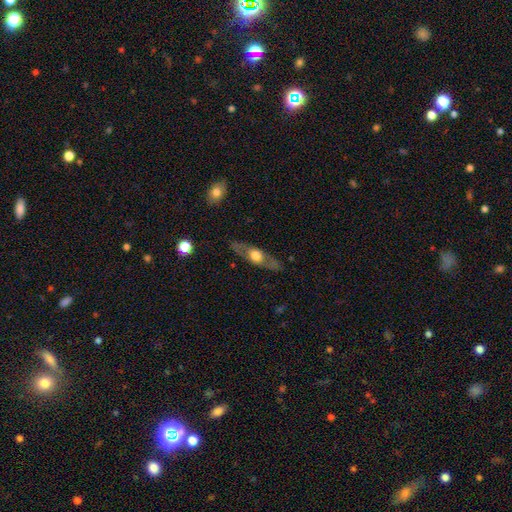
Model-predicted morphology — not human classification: smooth-or-featured: featured or disk: 60% | smooth: 34% | star or artifact: 6%
  disk-edge-on: yes: 68% | no: 32%
  merging: none: 82% | minor disturbance: 12% | major disturbance: 4% | merger: 2%